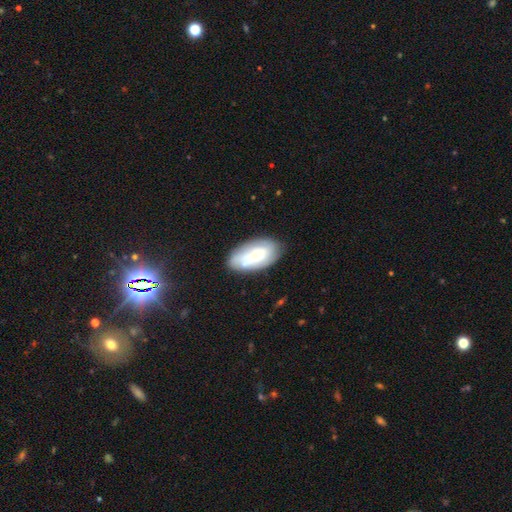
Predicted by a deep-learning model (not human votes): The model was most divided on "smooth or featured": smooth: 49%, featured or disk: 44%, star or artifact: 7%. More confident: merging — none (70%).